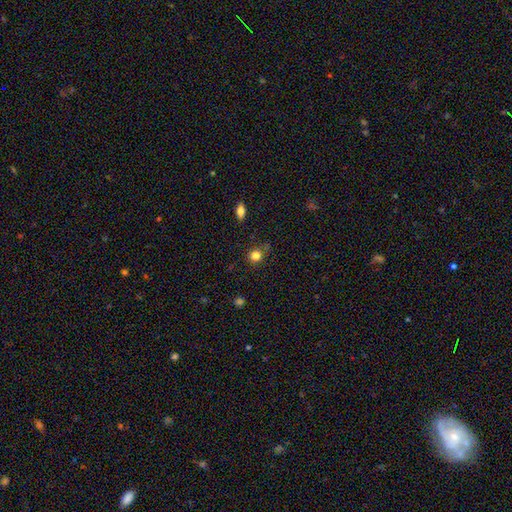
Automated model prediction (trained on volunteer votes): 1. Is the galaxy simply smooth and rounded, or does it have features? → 82% smooth, 13% star or artifact, 5% featured or disk.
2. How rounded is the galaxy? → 87% round, 12% in between, 1% cigar-shaped.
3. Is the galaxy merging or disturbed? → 79% none, 13% minor disturbance, 5% merger, 3% major disturbance.